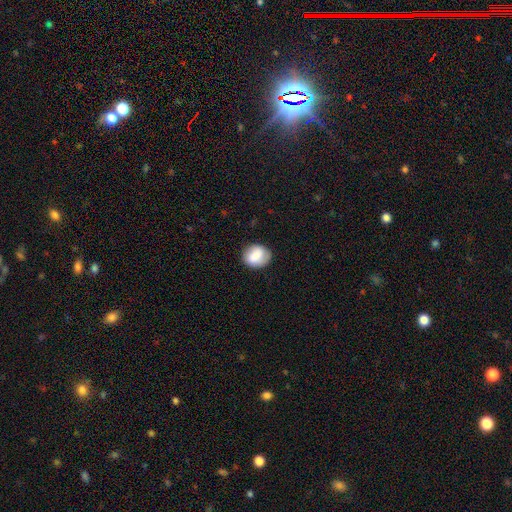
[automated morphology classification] A smooth galaxy with no disk features (77%) that is round (65%). Merging: none (77%).